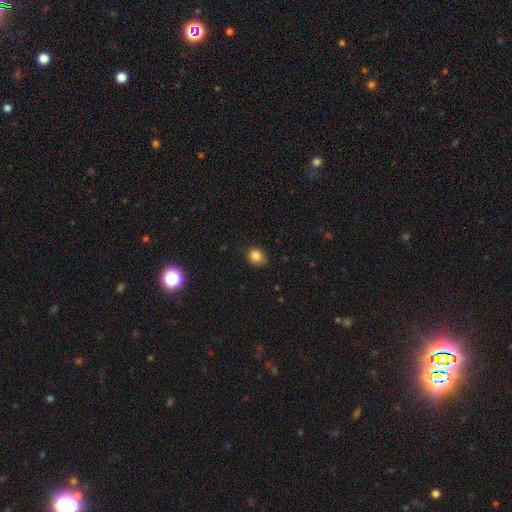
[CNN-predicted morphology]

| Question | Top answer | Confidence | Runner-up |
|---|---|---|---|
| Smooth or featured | smooth | 84% | star or artifact (11%) |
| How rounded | round | 73% | in between (26%) |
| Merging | none | 82% | minor disturbance (15%) |